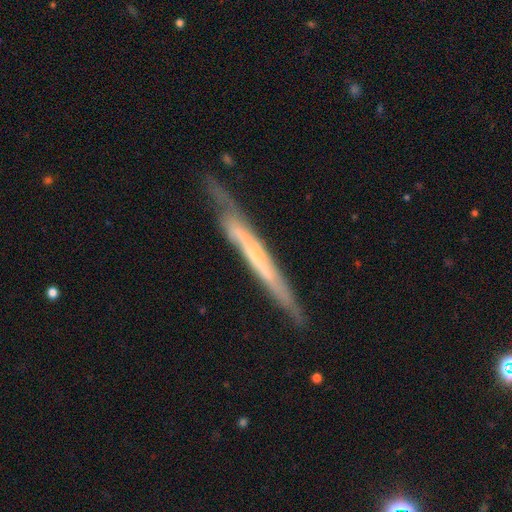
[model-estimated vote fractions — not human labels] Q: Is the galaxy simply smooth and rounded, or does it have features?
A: featured or disk — 66%.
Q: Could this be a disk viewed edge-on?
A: yes — 88%.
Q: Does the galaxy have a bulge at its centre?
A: none — 80%.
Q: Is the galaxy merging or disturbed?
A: none — 72%.